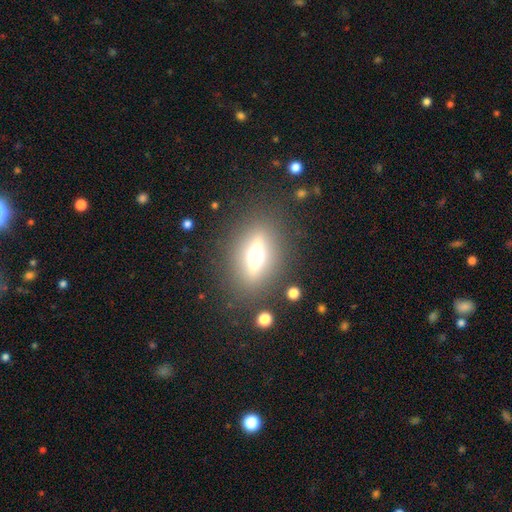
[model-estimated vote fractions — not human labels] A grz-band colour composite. It shows a featured or disk galaxy (52%) viewed edge-on (75%). Merging: none (83%).